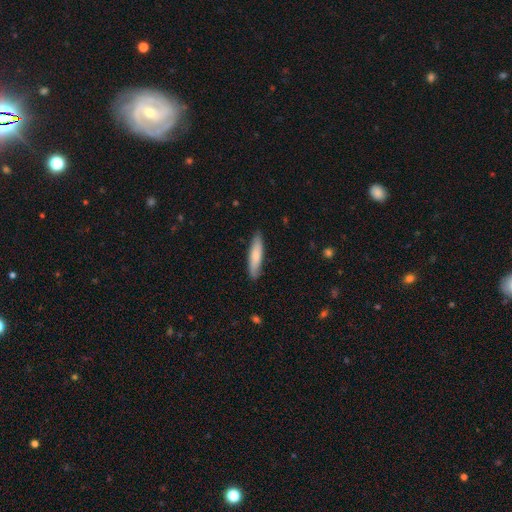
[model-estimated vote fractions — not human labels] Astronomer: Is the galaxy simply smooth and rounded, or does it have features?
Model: smooth — 77%.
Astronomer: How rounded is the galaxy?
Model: cigar-shaped — 80%.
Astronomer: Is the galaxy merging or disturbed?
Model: none — 87%.